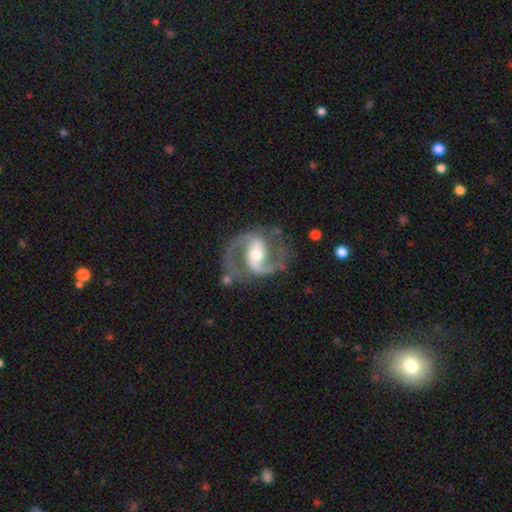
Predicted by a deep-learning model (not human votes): Smooth or featured: featured or disk — 91% (star or artifact — 5%)
Edge-on disk: no — 98% (yes — 2%)
Bar: strong — 41% (weak — 40%)
Spiral arms: yes — 97% (no — 3%)
Spiral winding: medium — 63% (loose — 24%)
Spiral arm count: 2 — 93% (1 — 2%)
Bulge size: moderate — 69% (small — 17%)
Merging: none — 73% (minor disturbance — 15%)